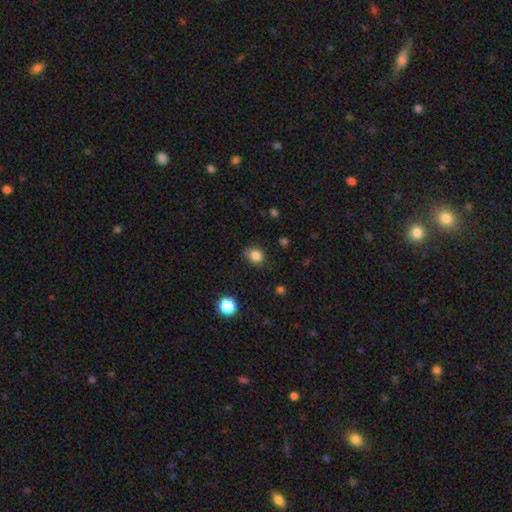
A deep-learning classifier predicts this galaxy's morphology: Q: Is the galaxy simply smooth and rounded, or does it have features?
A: smooth — 83%.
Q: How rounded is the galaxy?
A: round — 72%.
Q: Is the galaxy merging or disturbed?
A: none — 75%.